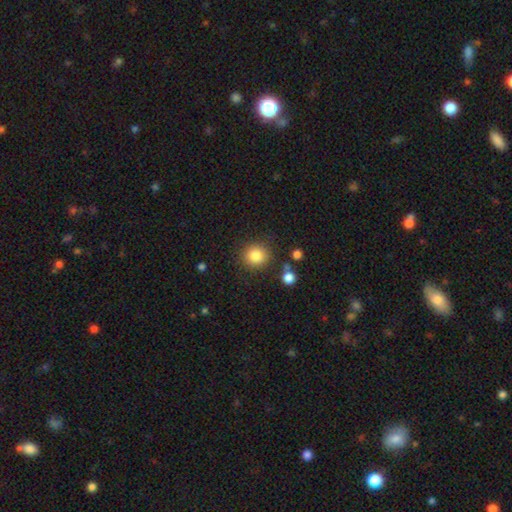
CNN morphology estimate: Smooth or featured?
  - smooth: 84% *
  - star or artifact: 10%
  - featured or disk: 5%
How rounded?
  - round: 89% *
  - in between: 10%
  - cigar-shaped: 1%
Merging?
  - none: 85% *
  - minor disturbance: 8%
  - merger: 4%
  - major disturbance: 3%